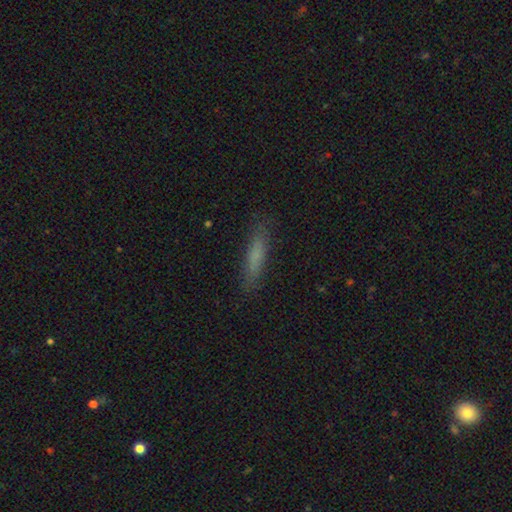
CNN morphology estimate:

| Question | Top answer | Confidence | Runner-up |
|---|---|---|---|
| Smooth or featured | smooth | 71% | featured or disk (20%) |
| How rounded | cigar-shaped | 88% | in between (11%) |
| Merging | none | 86% | minor disturbance (10%) |